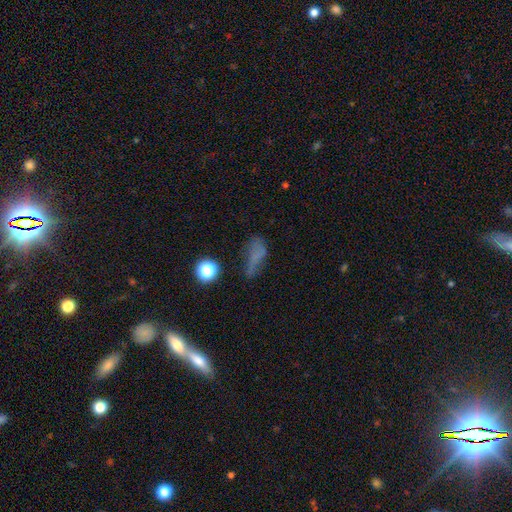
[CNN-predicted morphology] Overall: smooth (53%; star or artifact 24%). How rounded: in between (61%; cigar-shaped 27%). Merging: none (42%; major disturbance 26%).